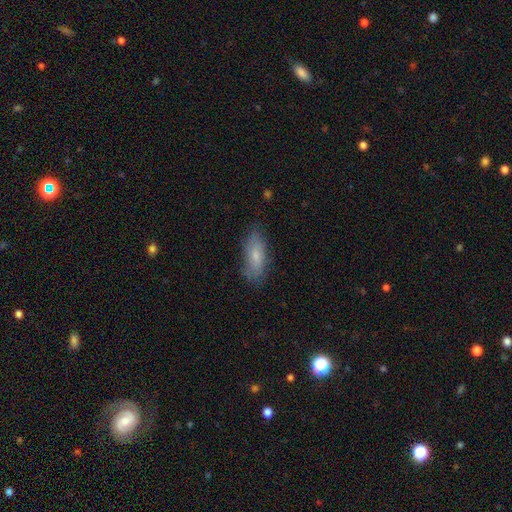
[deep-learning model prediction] smooth 70%, featured or disk 23%, star or artifact 7%. Down the decision tree: how rounded — in between (69%); merging — none (75%).